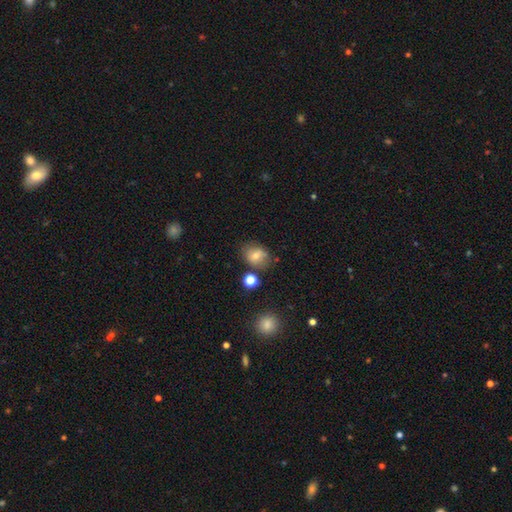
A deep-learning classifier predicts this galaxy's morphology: This is likely a smooth galaxy (70%). How rounded: possibly in between (51%). Merging: likely none (68%).